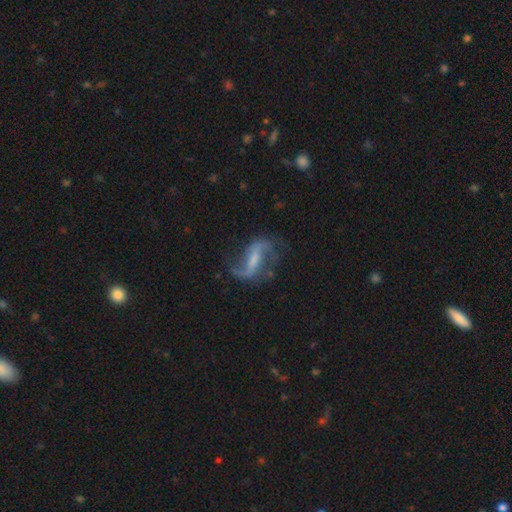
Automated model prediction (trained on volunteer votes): A featured or disk galaxy (84%) with a strong bar (46%), 2 (88%) loose (71%) spiral arms (94%) and a small central bulge (43%).

Vote fractions:
- Smooth or featured? featured or disk: 84% / smooth: 9% / star or artifact: 7%
- Edge-on disk? no: 94% / yes: 6%
- Bar? strong: 46% / weak: 38% / no: 16%
- Spiral arms? yes: 94% / no: 6%
- Spiral winding? loose: 71% / medium: 23% / tight: 6%
- Spiral arm count? 2: 88% / 1: 5% / can't tell: 3% / 3: 1% / 4: 1% / more than 4: 1%
- Bulge size? small: 43% / moderate: 27% / none: 24% / large: 5% / dominant: 1%
- Merging? none: 66% / minor disturbance: 18% / major disturbance: 14% / merger: 3%